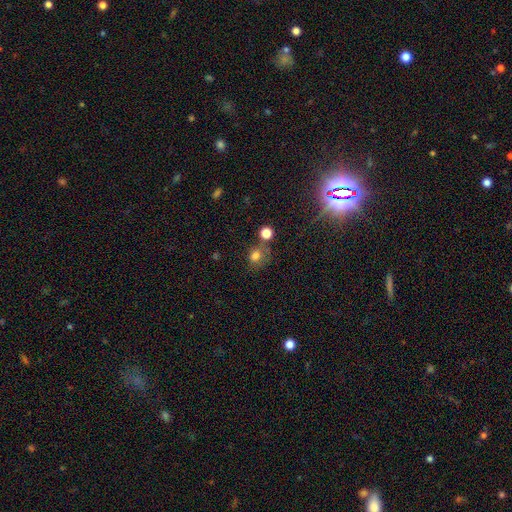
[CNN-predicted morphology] smooth_or_featured: smooth (p=0.75) [alt: star or artifact p=0.15]
how_rounded: round (p=0.74) [alt: in between p=0.25]
merging: none (p=0.55) [alt: merger p=0.18]